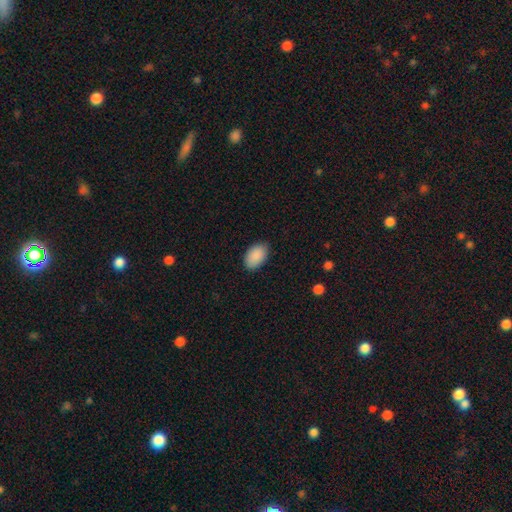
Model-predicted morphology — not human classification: Overall: smooth (90%). How rounded: in between (93%). Merging: none (86%).